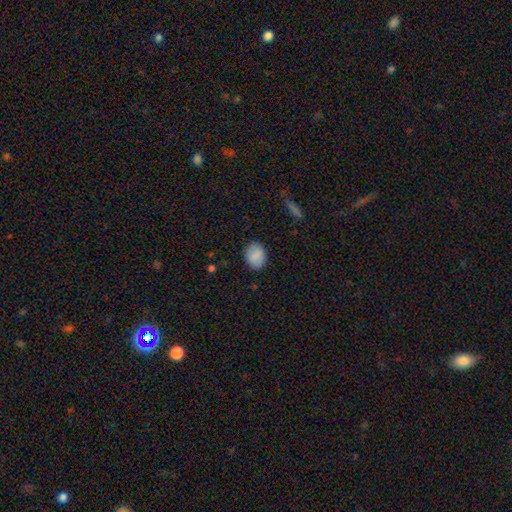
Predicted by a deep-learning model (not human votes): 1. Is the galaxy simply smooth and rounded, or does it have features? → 87% smooth, 7% star or artifact, 6% featured or disk.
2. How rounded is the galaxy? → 63% in between, 36% round, 1% cigar-shaped.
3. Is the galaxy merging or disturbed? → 85% none, 11% minor disturbance, 3% major disturbance, 1% merger.